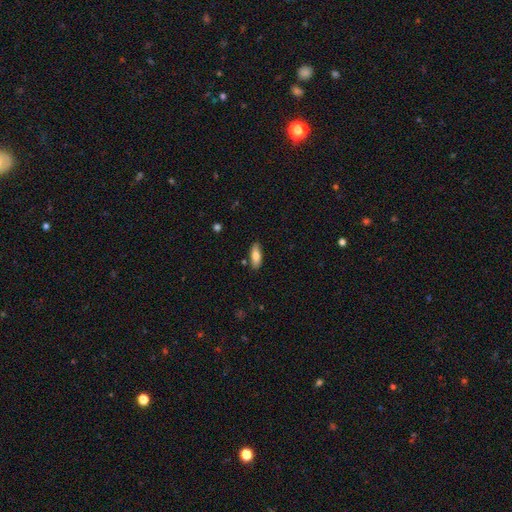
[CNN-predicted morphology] smooth_or_featured: smooth (p=0.76) [alt: featured or disk p=0.18]
how_rounded: in between (p=0.70) [alt: cigar-shaped p=0.28]
merging: none (p=0.83) [alt: minor disturbance p=0.12]